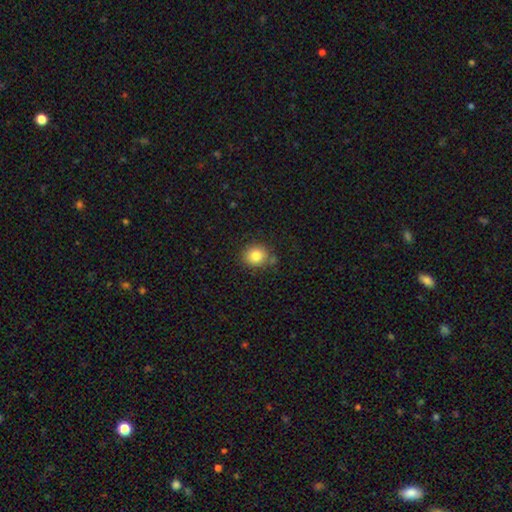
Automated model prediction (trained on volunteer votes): Smooth or featured: smooth — 84% (star or artifact — 10%)
How rounded: round — 74% (in between — 25%)
Merging: none — 77% (minor disturbance — 15%)